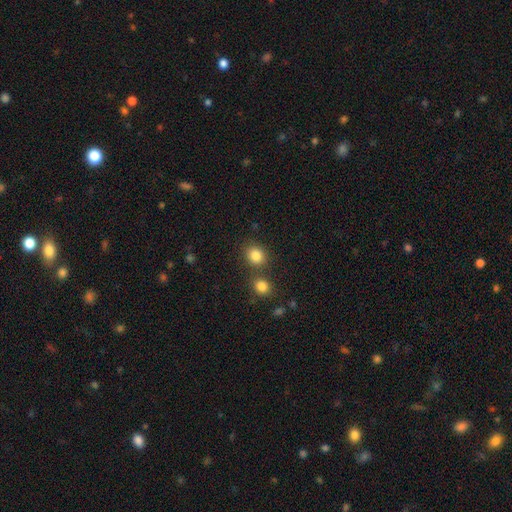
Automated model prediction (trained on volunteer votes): This appears to be a smooth galaxy with no disk features (84%) that is round (71%). Merging: none (71%).